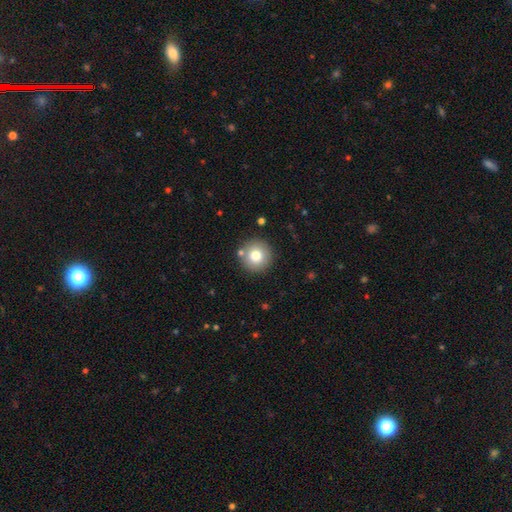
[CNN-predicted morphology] A smooth galaxy with no disk features (77%) that is round (95%). Merging: none (85%).